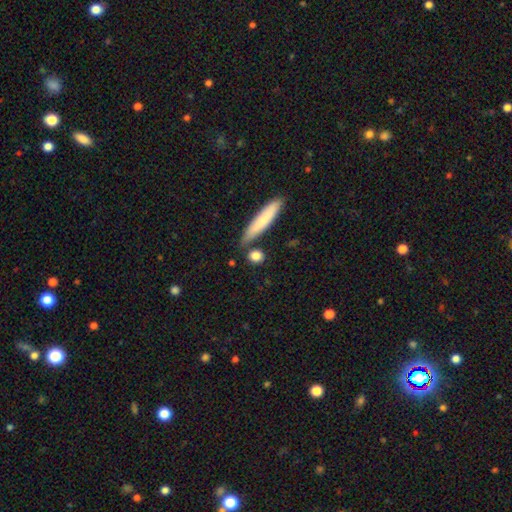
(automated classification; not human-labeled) Overall: smooth (83%). How rounded: round (48%; in between 29%). Merging: none (76%).